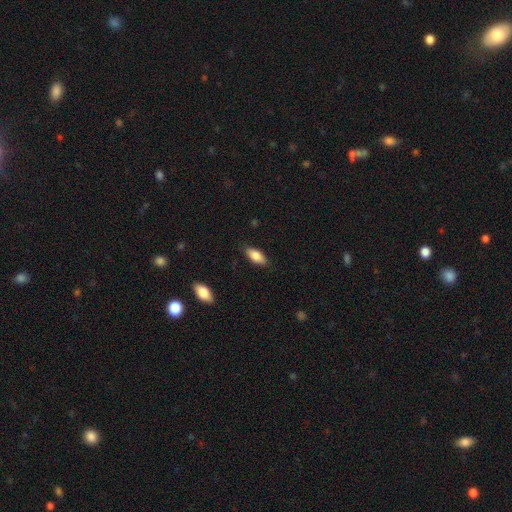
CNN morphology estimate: A smooth galaxy with no disk features (83%) that is in between round and cigar-shaped (86%). Merging: none (85%).